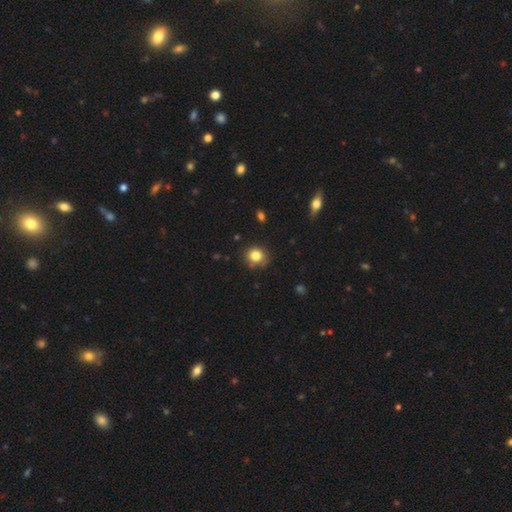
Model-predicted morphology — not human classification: The model was most divided on "how rounded": round: 80%, in between: 19%, cigar-shaped: 1%. More confident: smooth or featured — smooth (82%); merging — none (78%).